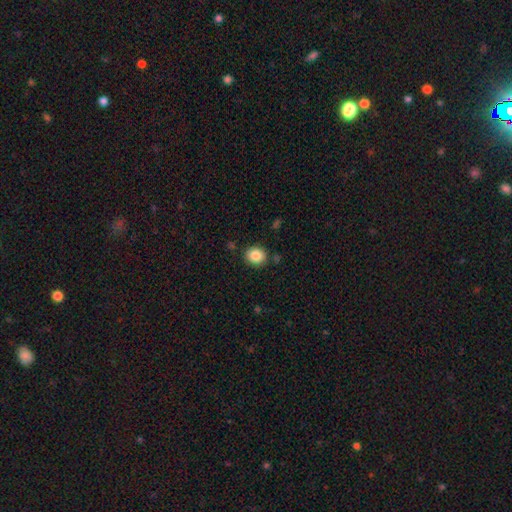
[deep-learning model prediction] Smooth or featured: smooth — 85% (star or artifact — 9%)
How rounded: round — 78% (in between — 22%)
Merging: none — 87% (minor disturbance — 8%)